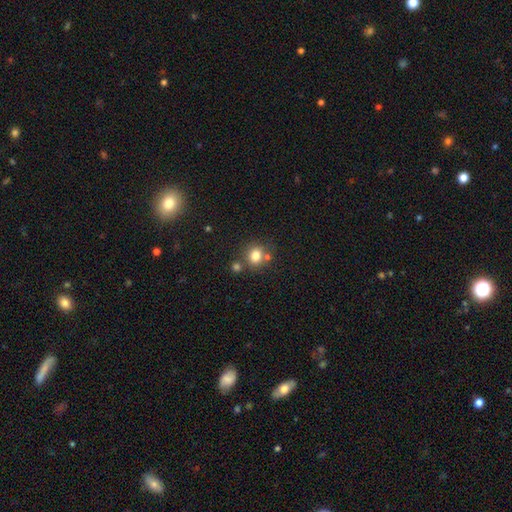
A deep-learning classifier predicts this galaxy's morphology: Smooth or featured? Predicted: smooth (p=0.80). How rounded? Predicted: round (p=0.78). Merging? Predicted: none (p=0.67).